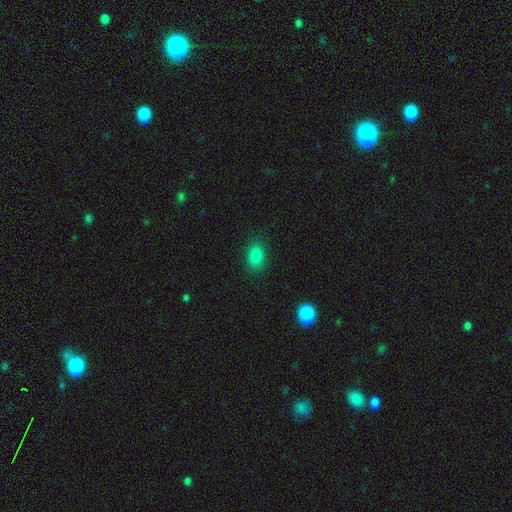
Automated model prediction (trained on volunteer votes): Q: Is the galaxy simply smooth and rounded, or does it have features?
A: smooth — 84%.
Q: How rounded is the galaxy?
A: in between — 81%.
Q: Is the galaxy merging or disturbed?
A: none — 86%.